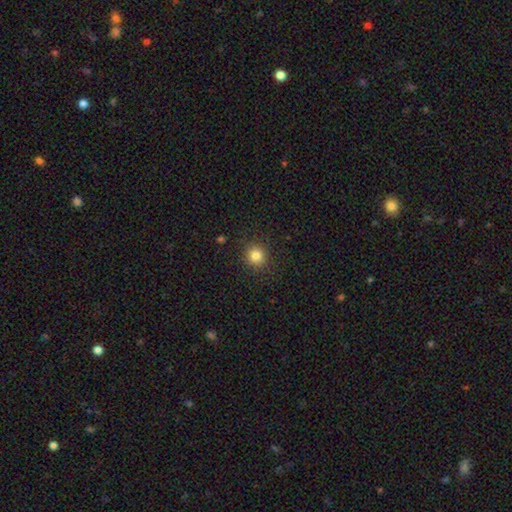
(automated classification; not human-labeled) Smooth or featured: smooth — 82% (star or artifact — 12%)
How rounded: round — 91% (in between — 8%)
Merging: none — 90% (minor disturbance — 7%)